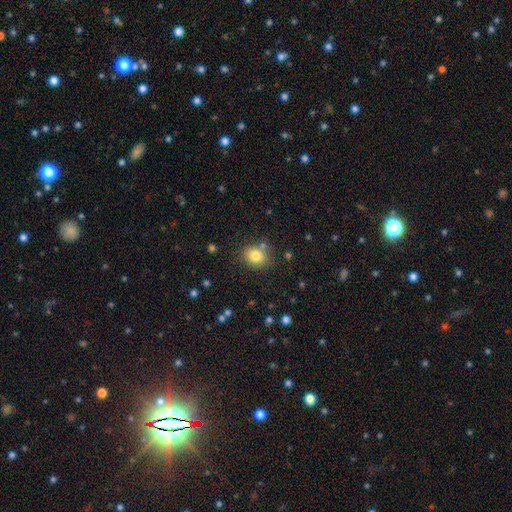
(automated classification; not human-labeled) This is clearly a smooth galaxy (81%). How rounded: likely round (63%). Merging: likely none (79%).